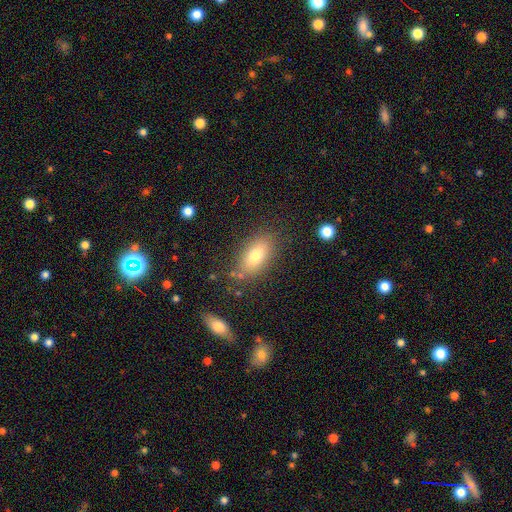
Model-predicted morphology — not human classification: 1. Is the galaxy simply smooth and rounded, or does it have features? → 75% smooth, 16% featured or disk, 9% star or artifact.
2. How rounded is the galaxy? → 88% in between, 7% round, 5% cigar-shaped.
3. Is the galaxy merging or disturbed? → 79% none, 13% minor disturbance, 4% major disturbance, 4% merger.